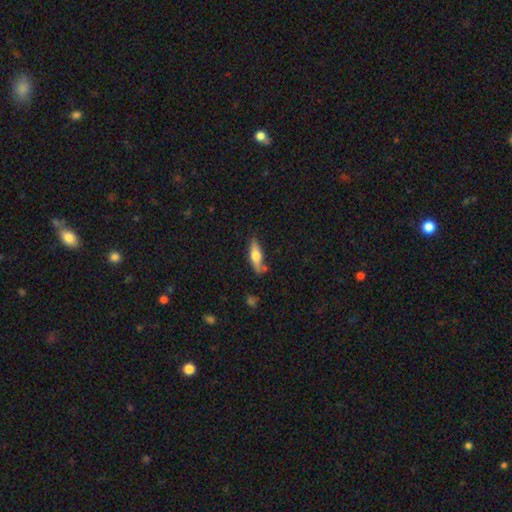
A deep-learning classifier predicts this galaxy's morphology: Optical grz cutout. It shows a smooth galaxy with no disk features (58%) that is cigar-shaped (55%). Merging: none (73%).